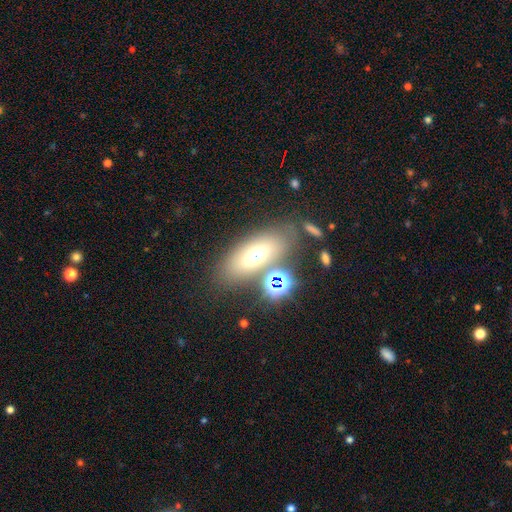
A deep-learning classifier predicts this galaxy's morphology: Overall: smooth (55%; featured or disk 29%). How rounded: in between (70%). Merging: none (69%).